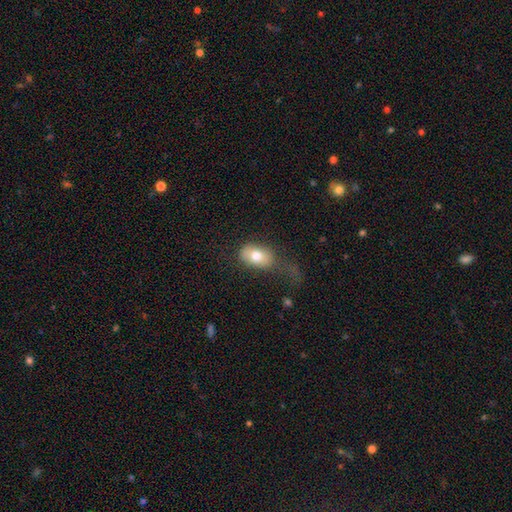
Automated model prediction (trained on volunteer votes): smooth_or_featured: smooth (p=0.76) [alt: featured or disk p=0.16]
how_rounded: in between (p=0.83) [alt: round p=0.15]
merging: none (p=0.40) [alt: major disturbance p=0.29]